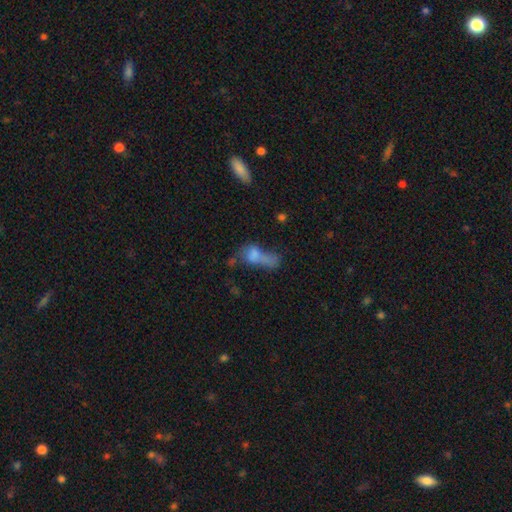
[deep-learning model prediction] A smooth galaxy with no disk features (62%) that is in between round and cigar-shaped (72%). Merging: merger (49%).